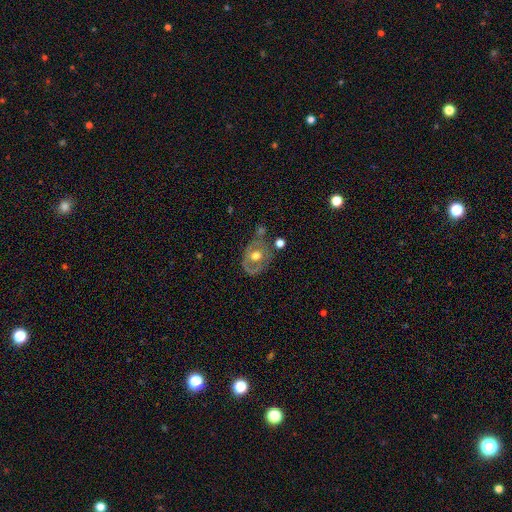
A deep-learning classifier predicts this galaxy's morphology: Smooth or featured? Predicted: featured or disk (p=0.54). Edge-on disk? Predicted: no (p=0.94). Bar? Predicted: no (p=0.79). Spiral arms? Predicted: no (p=0.70). Bulge size? Predicted: moderate (p=0.74). Merging? Predicted: none (p=0.53).